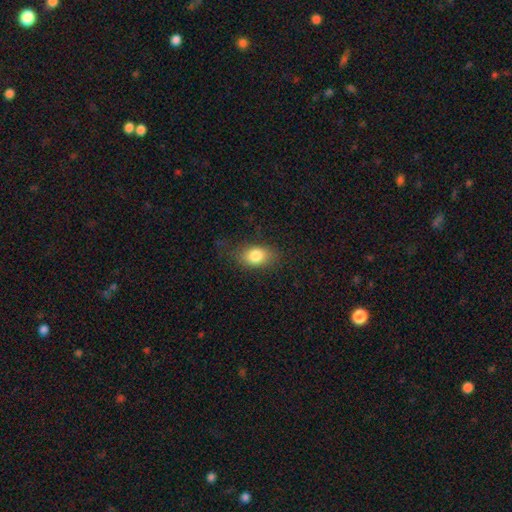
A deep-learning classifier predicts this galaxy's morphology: smooth 82%, featured or disk 9%, star or artifact 8%. Down the decision tree: how rounded — in between (80%); merging — none (72%).